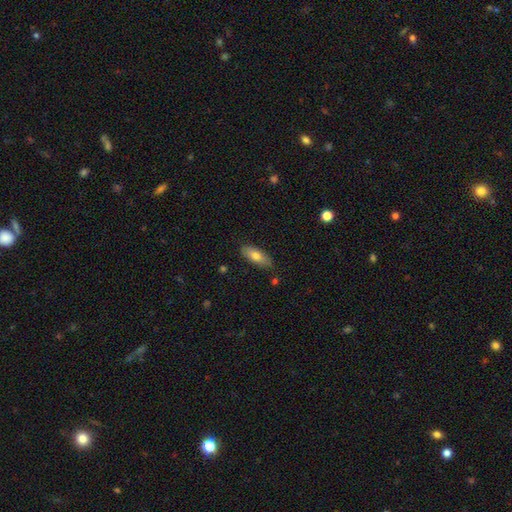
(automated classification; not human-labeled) Smooth or featured?
  - smooth: 74% *
  - featured or disk: 20%
  - star or artifact: 7%
How rounded?
  - in between: 74% *
  - cigar-shaped: 24%
  - round: 2%
Merging?
  - none: 83% *
  - minor disturbance: 13%
  - major disturbance: 2%
  - merger: 2%